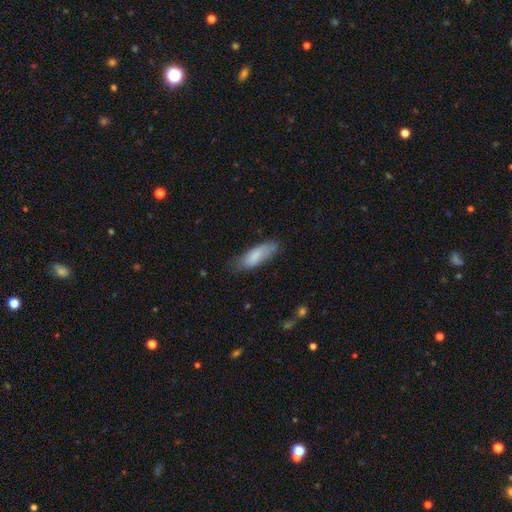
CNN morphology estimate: A smooth galaxy with no disk features (81%) that is in between round and cigar-shaped (60%).

Vote fractions:
- Smooth or featured? smooth: 81% / featured or disk: 13% / star or artifact: 6%
- How rounded? in between: 60% / cigar-shaped: 38% / round: 2%
- Merging? none: 64% / minor disturbance: 27% / major disturbance: 7% / merger: 2%